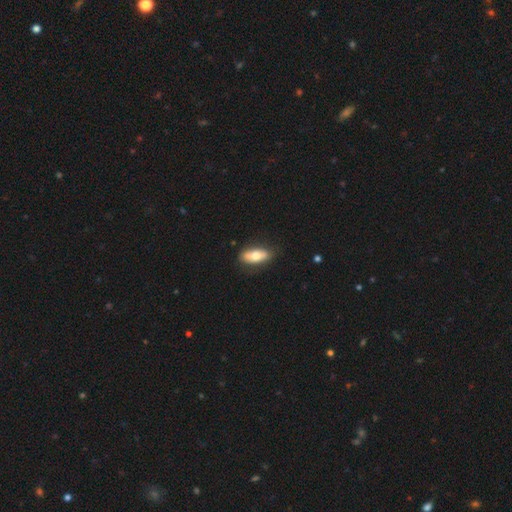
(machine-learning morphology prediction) Smooth or featured: smooth — 67% (featured or disk — 28%)
How rounded: in between — 79% (cigar-shaped — 18%)
Merging: none — 81% (minor disturbance — 14%)